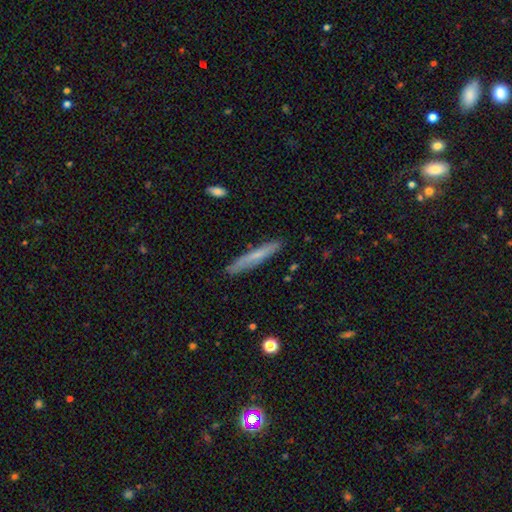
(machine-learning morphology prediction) A smooth galaxy with no disk features (61%) that is cigar-shaped (95%). Merging: none (88%).